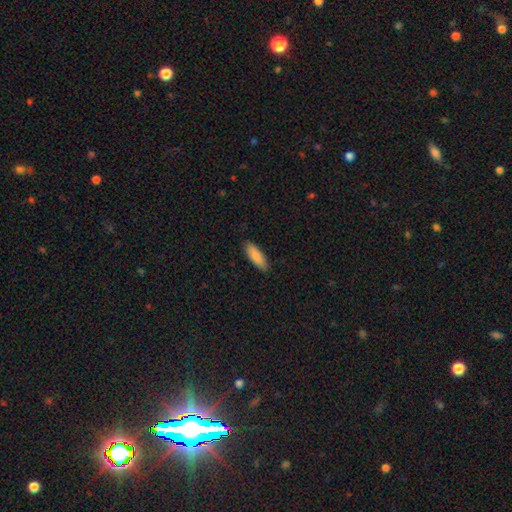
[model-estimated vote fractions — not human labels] Overall: smooth (88%). How rounded: in between (59%; cigar-shaped 40%). Merging: none (88%).